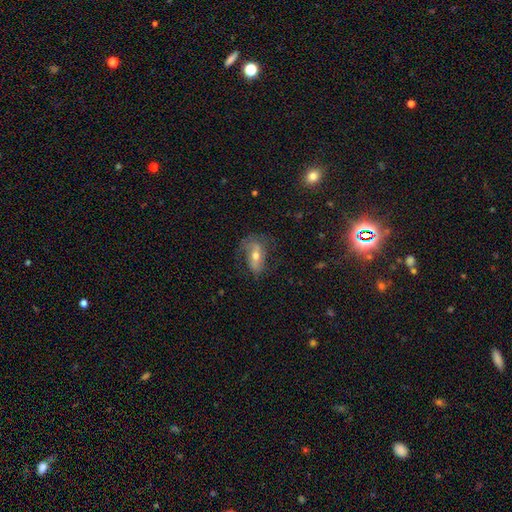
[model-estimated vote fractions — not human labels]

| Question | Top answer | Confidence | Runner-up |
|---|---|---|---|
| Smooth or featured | featured or disk | 58% | smooth (30%) |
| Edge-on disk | no | 90% | yes (10%) |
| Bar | no | 45% | weak (32%) |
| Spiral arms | yes | 75% | no (25%) |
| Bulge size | moderate | 66% | small (25%) |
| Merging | none | 55% | minor disturbance (23%) |